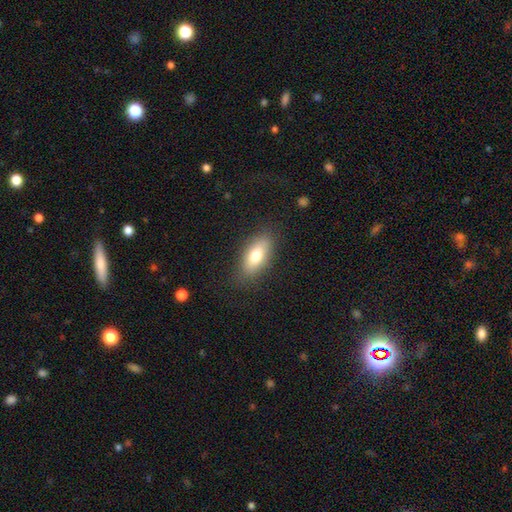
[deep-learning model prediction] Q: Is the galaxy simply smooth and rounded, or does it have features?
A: smooth — 73%.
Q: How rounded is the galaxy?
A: in between — 80%.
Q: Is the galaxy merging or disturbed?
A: none — 84%.